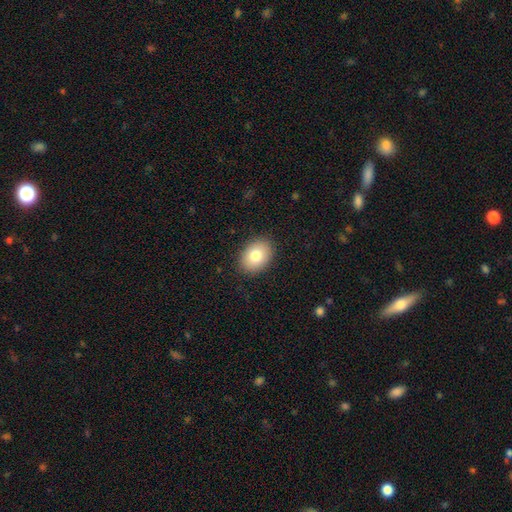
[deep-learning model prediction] Smooth or featured: smooth — 79% (featured or disk — 12%)
How rounded: in between — 76% (round — 23%)
Merging: none — 89% (minor disturbance — 8%)